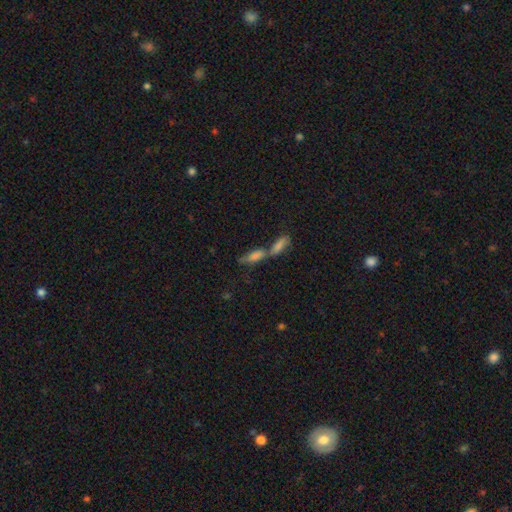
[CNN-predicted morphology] This is likely a smooth galaxy (60%). How rounded: possibly in between (50%). Merging: likely merger (69%).